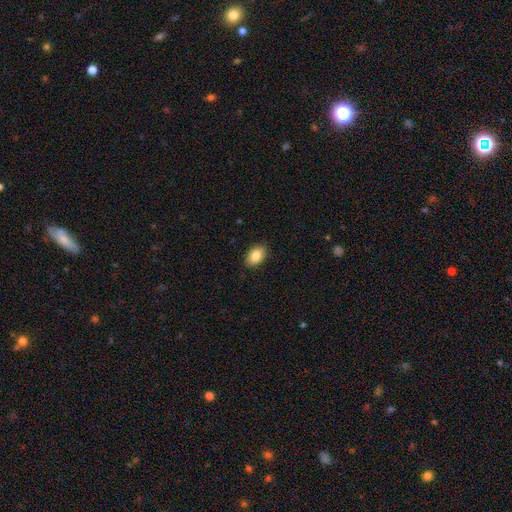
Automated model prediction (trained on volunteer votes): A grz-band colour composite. It shows a smooth galaxy with no disk features (86%) that is in between round and cigar-shaped (87%). Merging: none (87%).